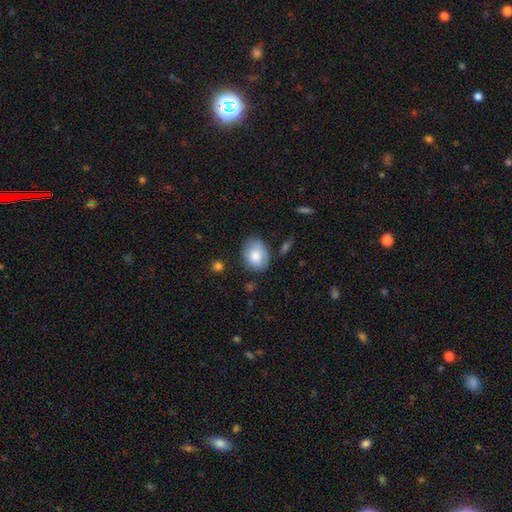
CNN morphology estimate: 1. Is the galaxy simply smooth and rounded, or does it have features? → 80% smooth, 13% featured or disk, 7% star or artifact.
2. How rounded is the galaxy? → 65% in between, 34% round, 1% cigar-shaped.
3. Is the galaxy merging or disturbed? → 68% none, 24% minor disturbance, 5% major disturbance, 4% merger.